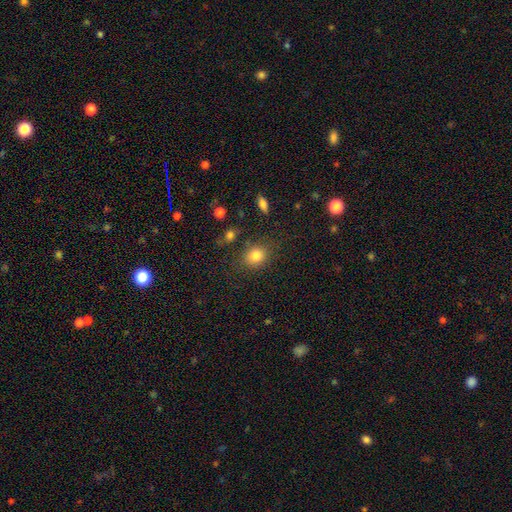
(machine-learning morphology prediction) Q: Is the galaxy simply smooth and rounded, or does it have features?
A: smooth — 81%.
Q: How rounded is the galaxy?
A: round — 68%.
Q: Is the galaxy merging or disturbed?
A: none — 80%.